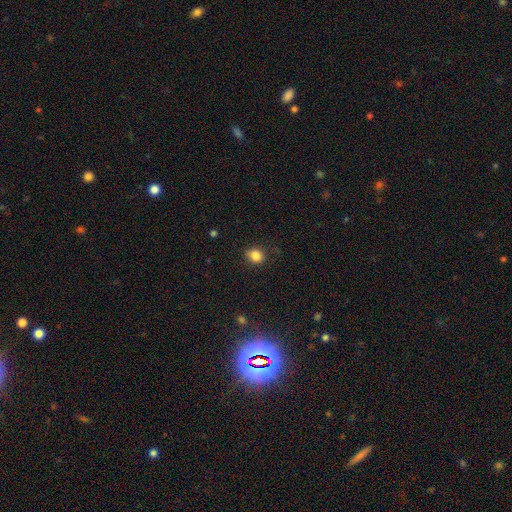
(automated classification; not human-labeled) smooth 84%, star or artifact 11%, featured or disk 5%. Down the decision tree: how rounded — round (58%); merging — none (83%).